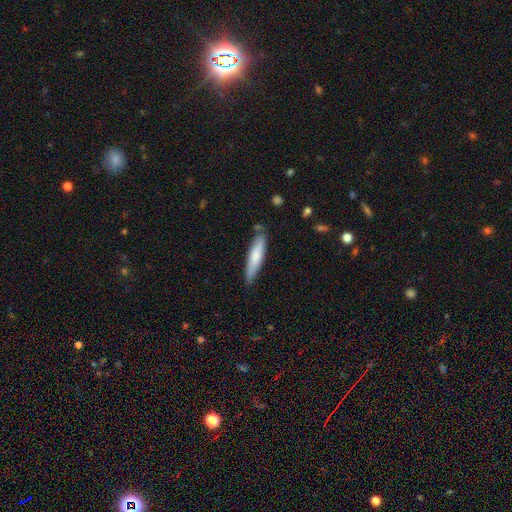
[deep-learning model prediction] smooth-or-featured: smooth: 73% | featured or disk: 22% | star or artifact: 5%
  how-rounded: cigar-shaped: 79% | in between: 20% | round: 1%
  merging: none: 77% | minor disturbance: 17% | merger: 3% | major disturbance: 3%